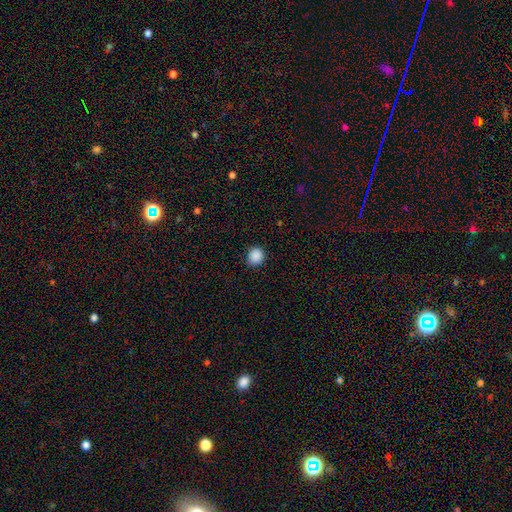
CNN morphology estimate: A smooth galaxy with no disk features (88%) that is round (84%). Merging: none (88%).